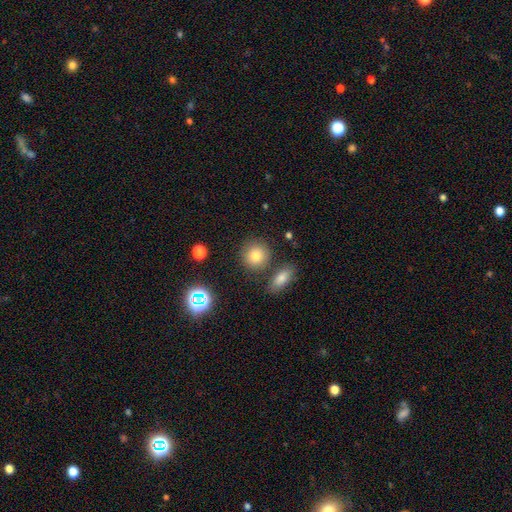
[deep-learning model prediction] Overall: smooth (80%). How rounded: round (87%). Merging: none (78%).